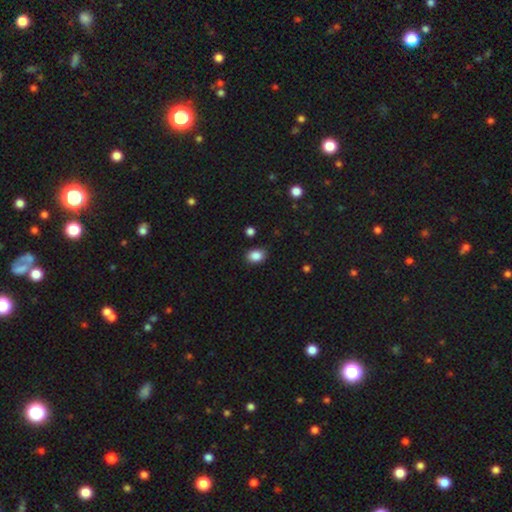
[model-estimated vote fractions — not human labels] Morphology: type=smooth (87%); roundness=in between (64%); merging=none (83%).